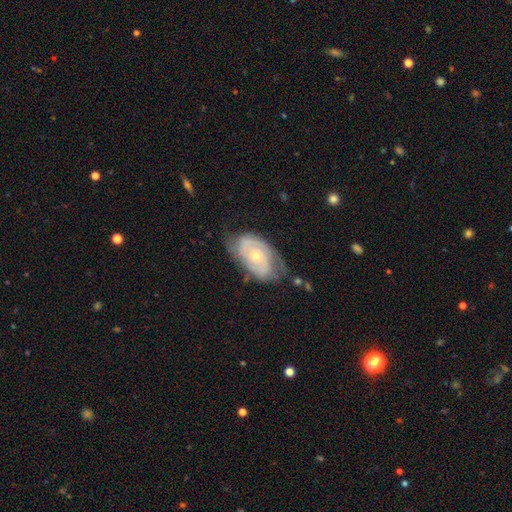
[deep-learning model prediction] This appears to be a featured or disk galaxy (77%) with no bar (77%), 2 (55%) tight (58%) spiral arms (88%) and a small central bulge (65%). Merging: none (60%).